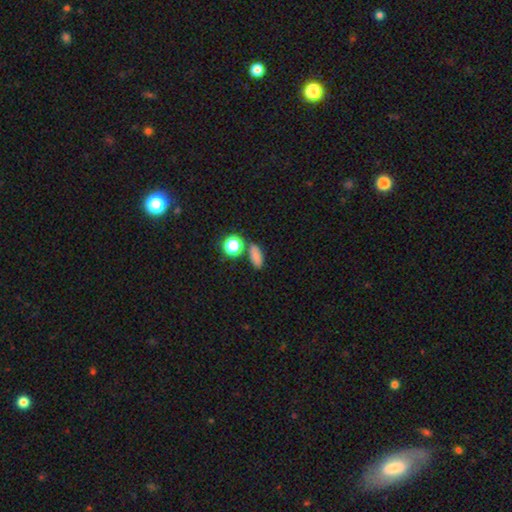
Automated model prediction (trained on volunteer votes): Smooth or featured: smooth — 78% (star or artifact — 16%)
How rounded: in between — 69% (round — 19%)
Merging: none — 71% (merger — 13%)